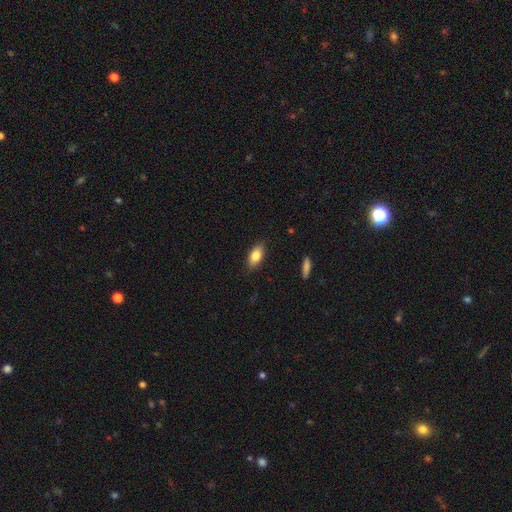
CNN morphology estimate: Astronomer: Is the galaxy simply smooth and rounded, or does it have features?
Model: smooth — 80%.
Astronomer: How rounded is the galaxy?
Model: in between — 86%.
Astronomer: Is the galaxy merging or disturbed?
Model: none — 86%.